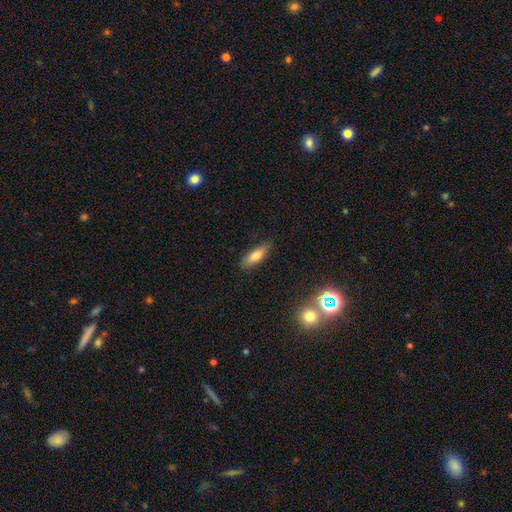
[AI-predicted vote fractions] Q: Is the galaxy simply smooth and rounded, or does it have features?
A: smooth — 75%.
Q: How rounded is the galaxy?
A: in between — 53%.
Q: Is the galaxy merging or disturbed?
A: none — 82%.